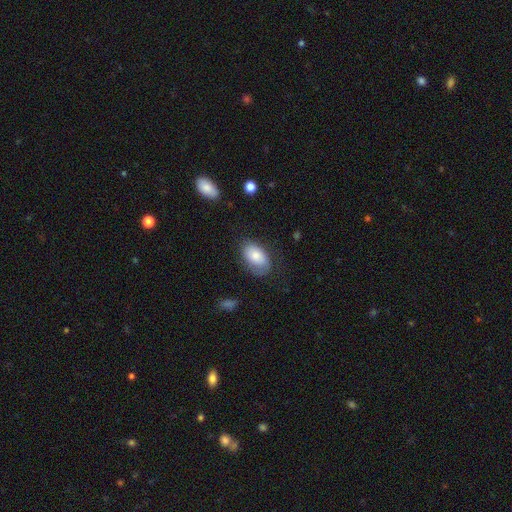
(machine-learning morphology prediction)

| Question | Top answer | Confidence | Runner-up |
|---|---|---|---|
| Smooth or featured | smooth | 78% | featured or disk (15%) |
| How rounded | in between | 93% | round (6%) |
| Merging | none | 67% | minor disturbance (22%) |